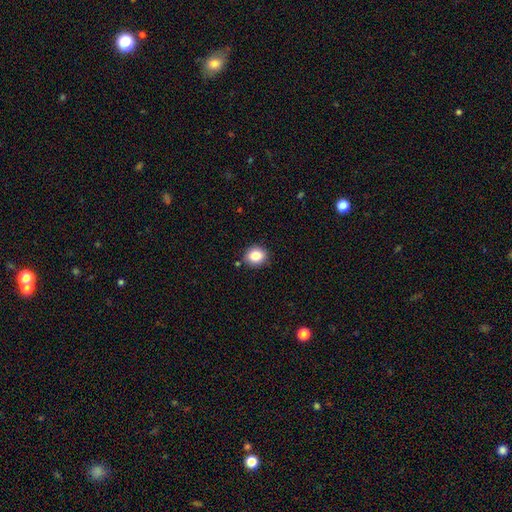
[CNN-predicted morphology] Smooth or featured?
  - smooth: 83% *
  - star or artifact: 10%
  - featured or disk: 7%
How rounded?
  - round: 72% *
  - in between: 27%
  - cigar-shaped: 1%
Merging?
  - none: 86% *
  - minor disturbance: 10%
  - merger: 2%
  - major disturbance: 2%